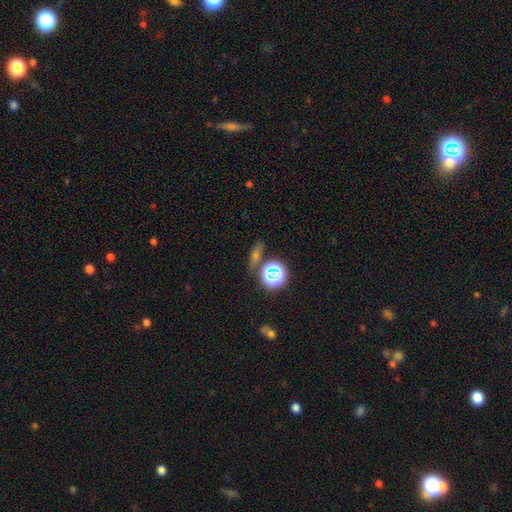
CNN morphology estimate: A star or artifact, not a galaxy (42%).

Vote fractions:
- Smooth or featured? star or artifact: 42% / smooth: 38% / featured or disk: 19%